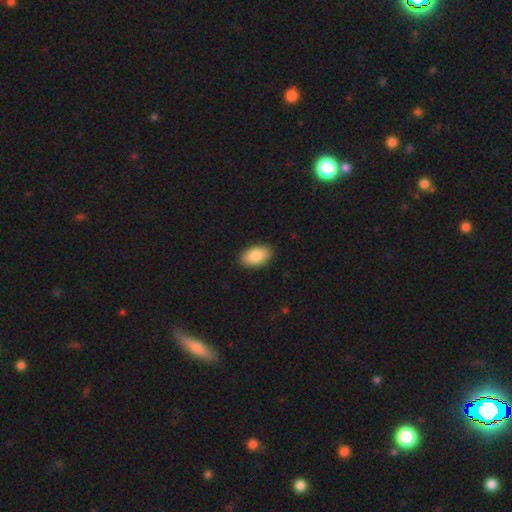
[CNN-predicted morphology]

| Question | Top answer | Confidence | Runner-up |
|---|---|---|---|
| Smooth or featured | smooth | 86% | featured or disk (8%) |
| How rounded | in between | 93% | round (5%) |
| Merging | none | 89% | minor disturbance (8%) |